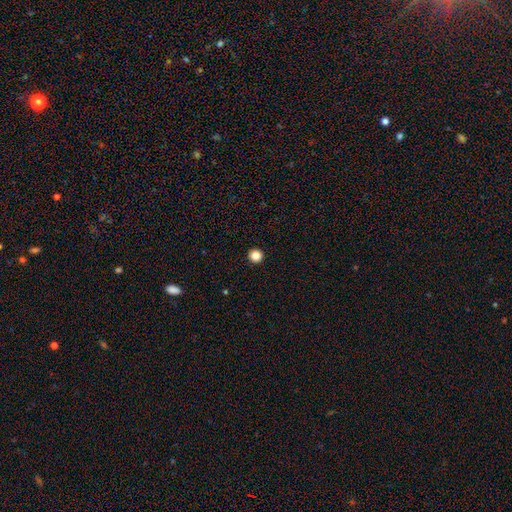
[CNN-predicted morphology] Smooth or featured?
  - smooth: 85% *
  - star or artifact: 11%
  - featured or disk: 4%
How rounded?
  - round: 96% *
  - in between: 3%
  - cigar-shaped: 1%
Merging?
  - none: 94% *
  - minor disturbance: 3%
  - major disturbance: 1%
  - merger: 1%